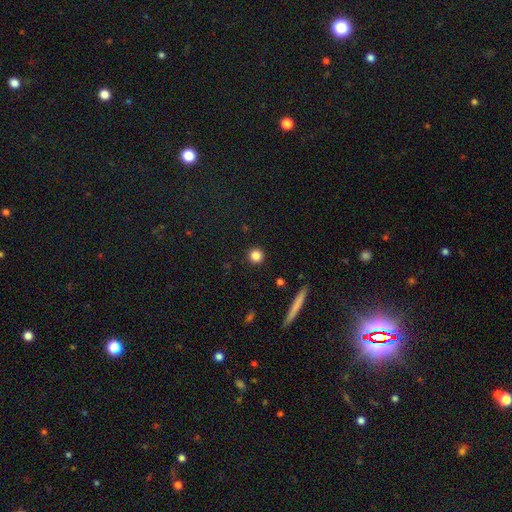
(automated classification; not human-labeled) smooth-or-featured: smooth: 84% | star or artifact: 11% | featured or disk: 5%
  how-rounded: round: 95% | in between: 4% | cigar-shaped: 1%
  merging: none: 92% | minor disturbance: 5% | major disturbance: 2% | merger: 1%